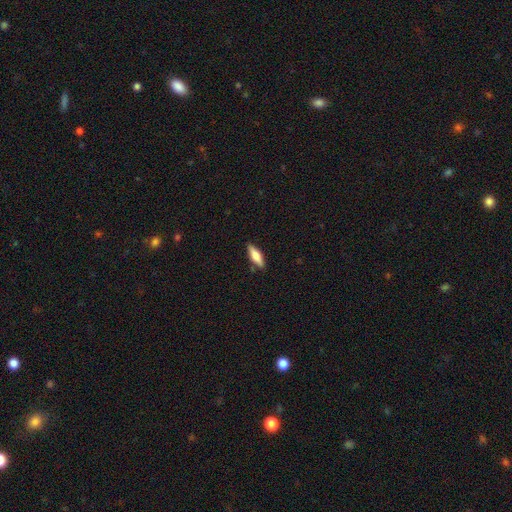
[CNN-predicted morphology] A smooth galaxy with no disk features (61%) that is cigar-shaped (52%).

Vote fractions:
- Smooth or featured? smooth: 61% / featured or disk: 33% / star or artifact: 6%
- How rounded? cigar-shaped: 52% / in between: 45% / round: 2%
- Merging? none: 86% / minor disturbance: 10% / major disturbance: 2% / merger: 2%